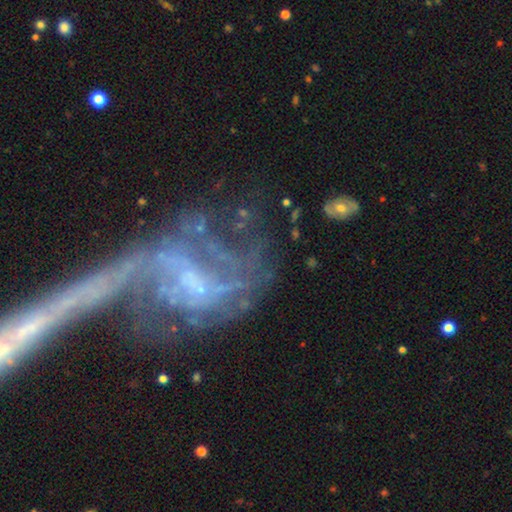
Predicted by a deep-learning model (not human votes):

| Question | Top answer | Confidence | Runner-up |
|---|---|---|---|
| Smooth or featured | featured or disk | 75% | star or artifact (14%) |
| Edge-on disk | no | 95% | yes (5%) |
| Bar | no | 53% | weak (33%) |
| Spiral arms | yes | 65% | no (35%) |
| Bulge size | none | 43% | small (40%) |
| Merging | merger | 41% | major disturbance (29%) |